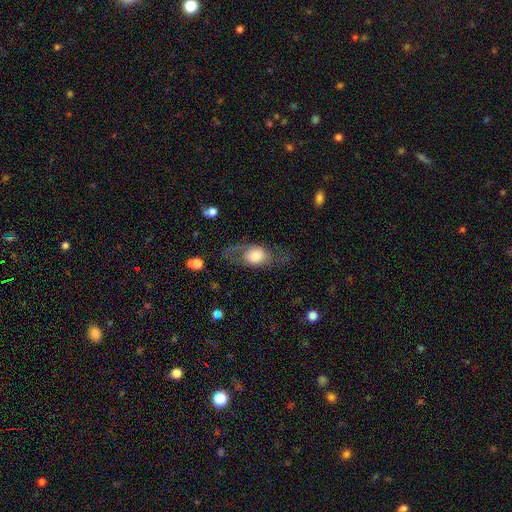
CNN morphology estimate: A smooth galaxy with no disk features (47%).

Vote fractions:
- Smooth or featured? smooth: 47% / featured or disk: 46% / star or artifact: 7%
- Merging? none: 59% / major disturbance: 20% / minor disturbance: 19% / merger: 2%